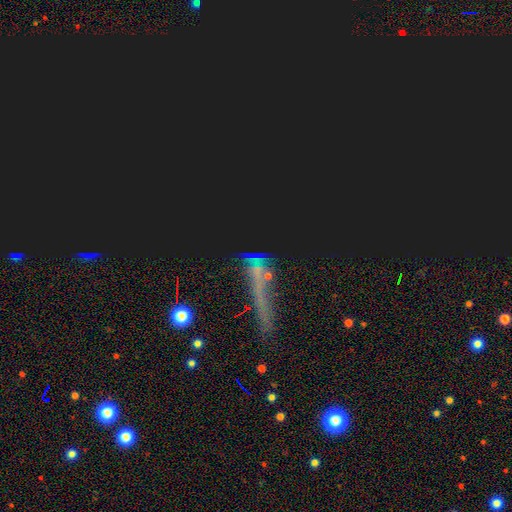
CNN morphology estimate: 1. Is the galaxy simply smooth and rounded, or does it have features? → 77% star or artifact, 12% smooth, 11% featured or disk.